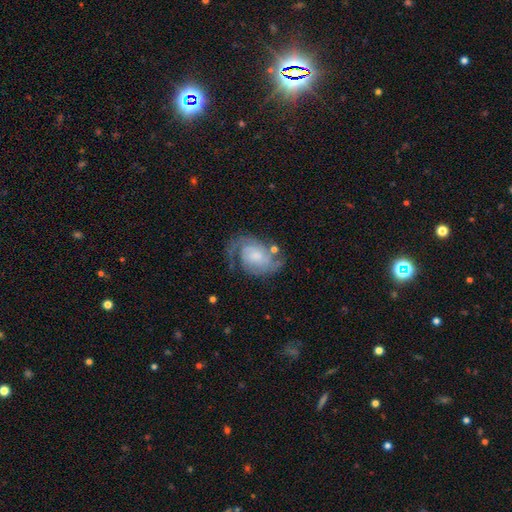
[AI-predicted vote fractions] smooth_or_featured: featured or disk (p=0.79) [alt: smooth p=0.15]
disk_edge_on: no (p=0.97) [alt: yes p=0.03]
bar: no (p=0.60) [alt: weak p=0.35]
has_spiral_arms: yes (p=0.94) [alt: no p=0.06]
spiral_winding: medium (p=0.44) [alt: tight p=0.37]
spiral_arm_count: 2 (p=0.68) [alt: can't tell p=0.13]
bulge_size: small (p=0.40) [alt: moderate p=0.32]
merging: none (p=0.56) [alt: minor disturbance p=0.22]